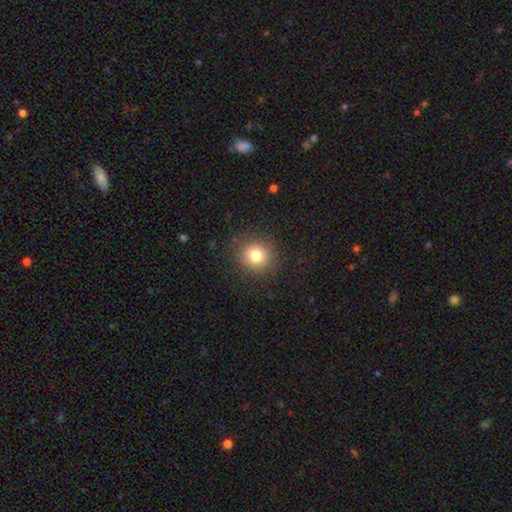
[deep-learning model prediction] smooth_or_featured: smooth (p=0.79) [alt: star or artifact p=0.12]
how_rounded: round (p=0.90) [alt: in between p=0.10]
merging: none (p=0.88) [alt: minor disturbance p=0.08]